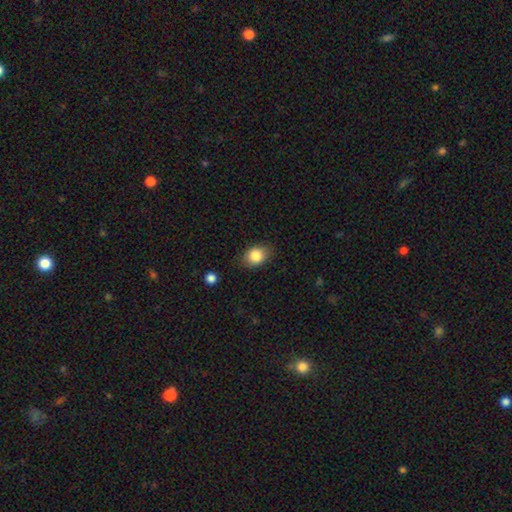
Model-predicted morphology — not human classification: type=smooth (85%); roundness=in between (60%); merging=none (81%).